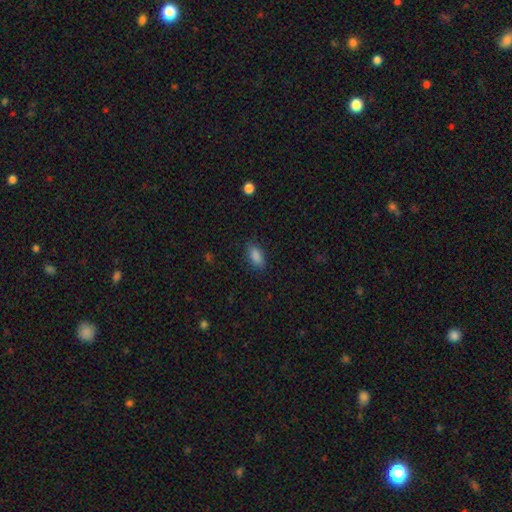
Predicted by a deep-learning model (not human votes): smooth_or_featured: smooth (p=0.88) [alt: star or artifact p=0.08]
how_rounded: in between (p=0.88) [alt: cigar-shaped p=0.08]
merging: none (p=0.86) [alt: minor disturbance p=0.11]